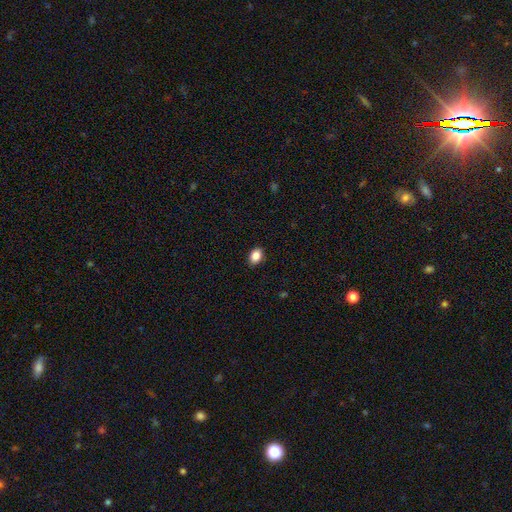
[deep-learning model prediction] Overall: smooth (86%). How rounded: in between (75%). Merging: none (88%).